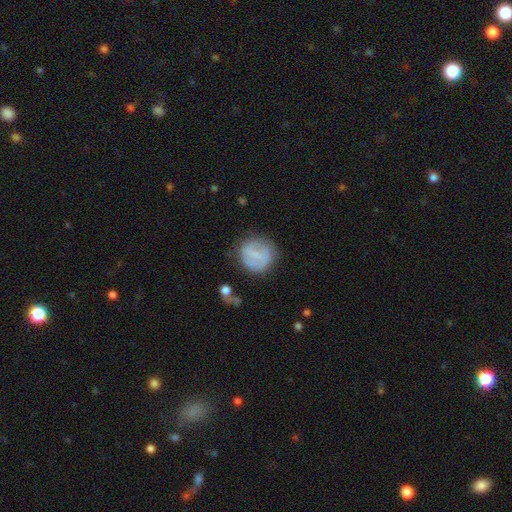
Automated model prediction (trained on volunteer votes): smooth 59%, featured or disk 33%, star or artifact 8%. Down the decision tree: how rounded — round (84%); merging — none (68%).